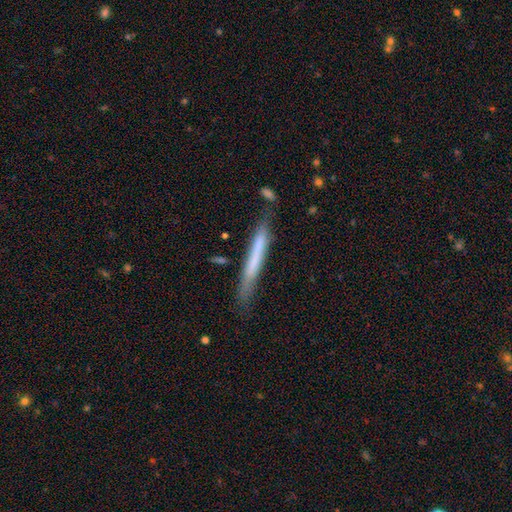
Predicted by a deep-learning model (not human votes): This is possibly a smooth galaxy (58%). How rounded: clearly cigar-shaped (96%). Merging: likely none (70%).